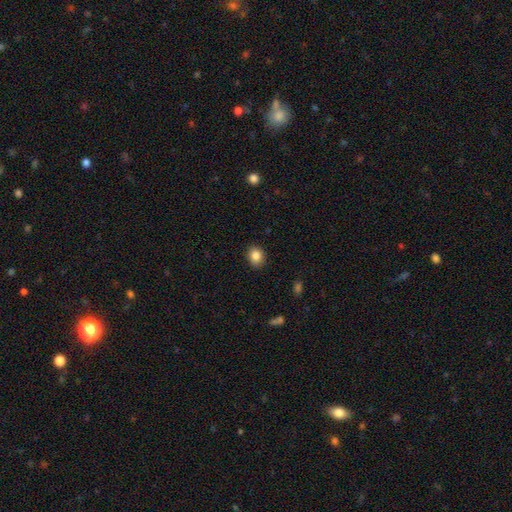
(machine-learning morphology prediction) A smooth galaxy with no disk features (85%) that is round (58%). Merging: none (88%).